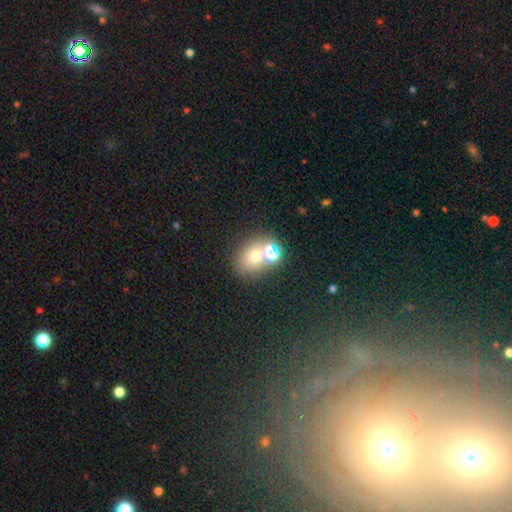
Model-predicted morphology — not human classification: Smooth or featured: smooth — 65% (star or artifact — 21%)
How rounded: round — 65% (in between — 34%)
Merging: none — 53% (merger — 33%)